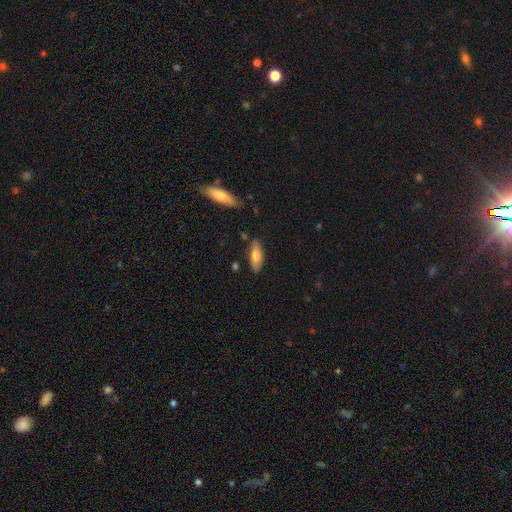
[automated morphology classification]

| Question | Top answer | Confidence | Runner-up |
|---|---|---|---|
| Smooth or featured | smooth | 76% | featured or disk (18%) |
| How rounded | in between | 69% | cigar-shaped (29%) |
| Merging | none | 81% | minor disturbance (13%) |